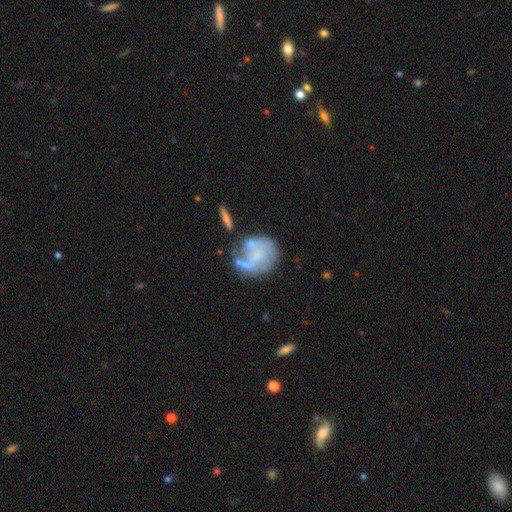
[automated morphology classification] This appears to be a featured or disk galaxy (61%) with no bar (69%), no spiral arms (55%) and no central bulge (64%). Merging: none (40%).